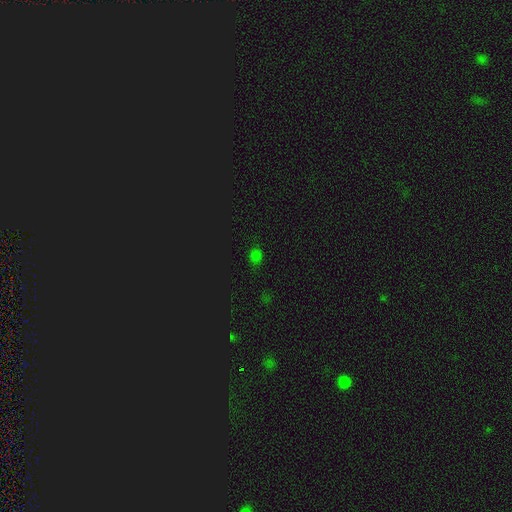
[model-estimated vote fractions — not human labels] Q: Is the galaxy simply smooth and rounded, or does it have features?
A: smooth — 66%.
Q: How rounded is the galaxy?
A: round — 59%.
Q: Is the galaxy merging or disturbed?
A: none — 83%.